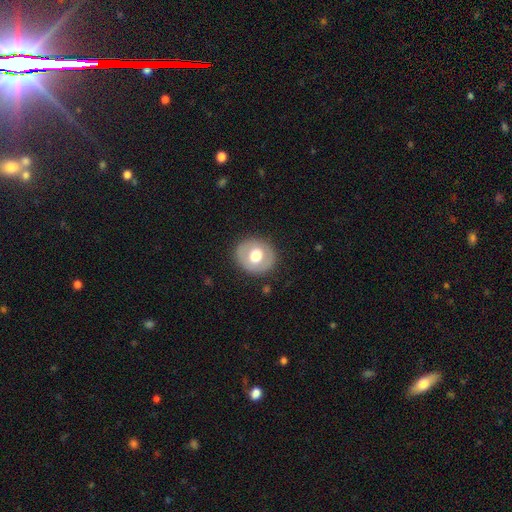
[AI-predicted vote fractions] Q: Smooth or featured?
A: smooth (59%); runner-up: featured or disk (34%)
Q: How rounded?
A: round (82%); runner-up: in between (17%)
Q: Merging?
A: none (86%); runner-up: minor disturbance (9%)